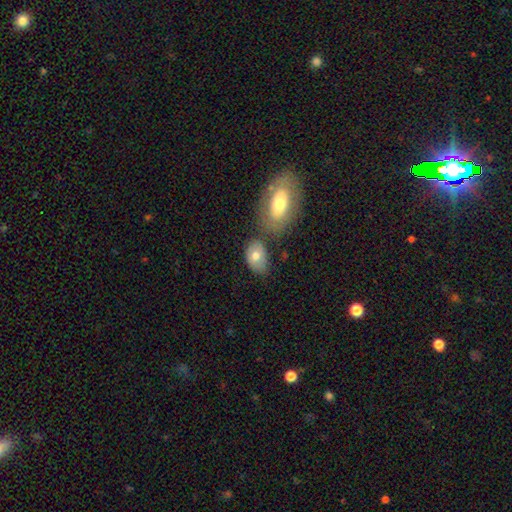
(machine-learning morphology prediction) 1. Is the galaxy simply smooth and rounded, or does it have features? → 72% smooth, 20% featured or disk, 7% star or artifact.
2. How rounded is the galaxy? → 84% in between, 14% round, 1% cigar-shaped.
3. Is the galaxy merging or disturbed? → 53% none, 22% merger, 19% minor disturbance, 7% major disturbance.